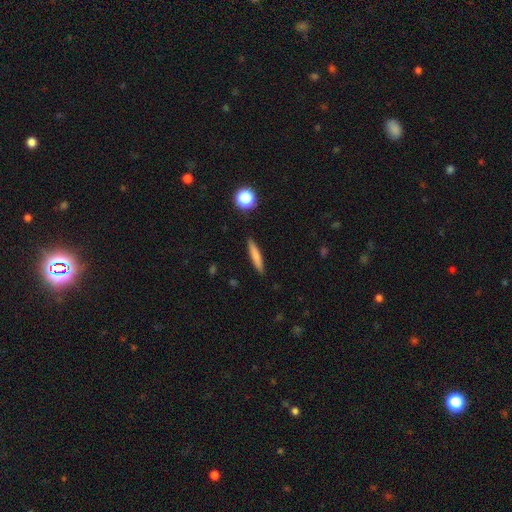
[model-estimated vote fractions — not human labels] Smooth or featured? smooth (73%)
How rounded? cigar-shaped (90%)
Merging? none (90%)